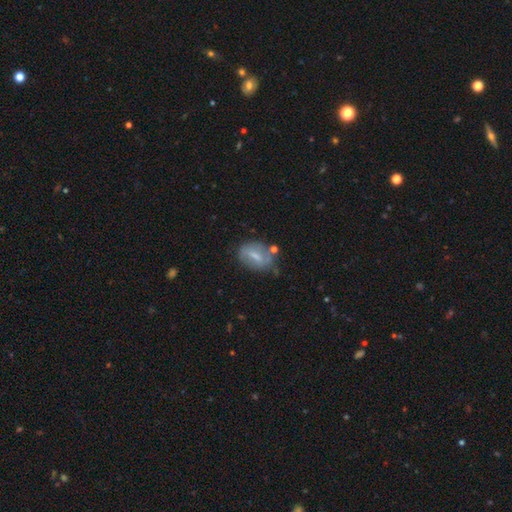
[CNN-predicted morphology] Overall: smooth (51%; featured or disk 41%). How rounded: in between (79%). Merging: none (55%; minor disturbance 27%).